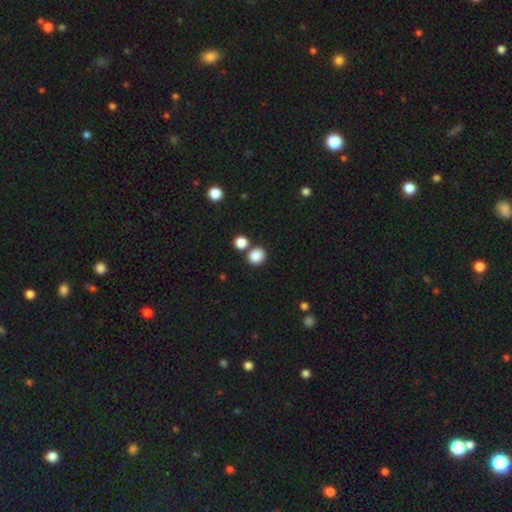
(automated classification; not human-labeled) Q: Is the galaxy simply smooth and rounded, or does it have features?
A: smooth — 86%.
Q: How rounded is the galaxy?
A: round — 78%.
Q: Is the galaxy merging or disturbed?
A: none — 73%.